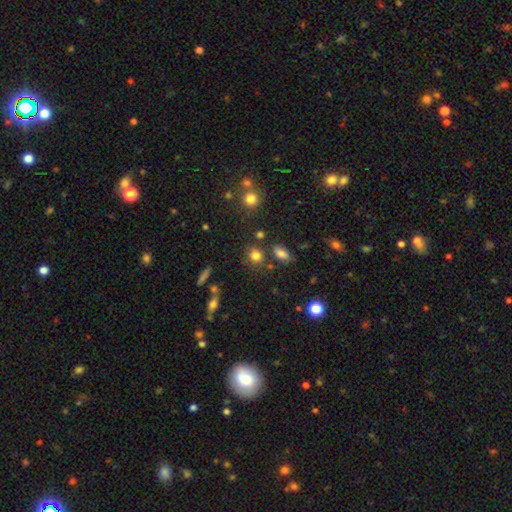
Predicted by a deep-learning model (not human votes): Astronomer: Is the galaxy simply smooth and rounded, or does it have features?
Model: smooth — 79%.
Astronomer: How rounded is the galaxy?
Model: round — 77%.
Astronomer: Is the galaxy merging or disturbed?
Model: none — 75%.